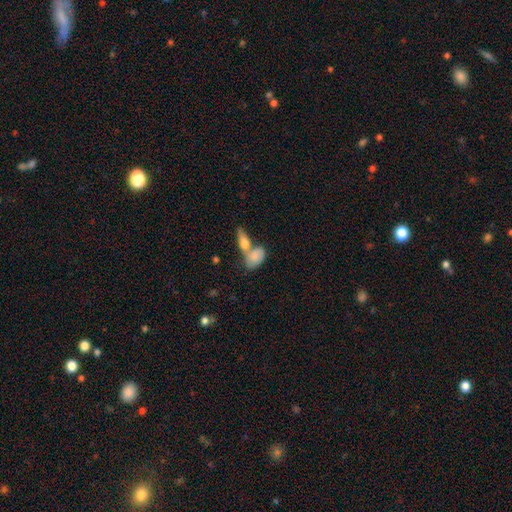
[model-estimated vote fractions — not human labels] A smooth galaxy with no disk features (78%) that is in between round and cigar-shaped (86%).

Vote fractions:
- Smooth or featured? smooth: 78% / featured or disk: 16% / star or artifact: 6%
- How rounded? in between: 86% / round: 9% / cigar-shaped: 4%
- Merging? merger: 52% / none: 32% / minor disturbance: 11% / major disturbance: 5%